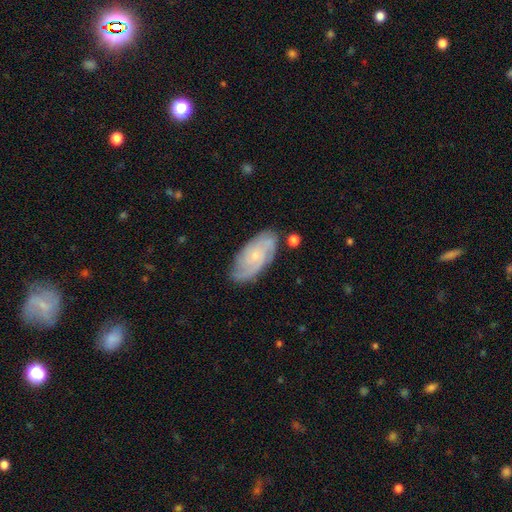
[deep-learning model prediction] smooth-or-featured: featured or disk: 74% | smooth: 20% | star or artifact: 6%
  disk-edge-on: no: 94% | yes: 6%
    bar: no: 76% | weak: 21% | strong: 3%
    has-spiral-arms: yes: 94% | no: 6%
      spiral-winding: tight: 56% | medium: 34% | loose: 10%
      spiral-arm-count: can't tell: 29% | 2: 27% | 3: 25% | 4: 10% | 1: 4% | more than 4: 4%
    bulge-size: small: 78% | moderate: 17% | none: 3% | large: 1% | dominant: 1%
  merging: none: 77% | minor disturbance: 17% | major disturbance: 4% | merger: 2%